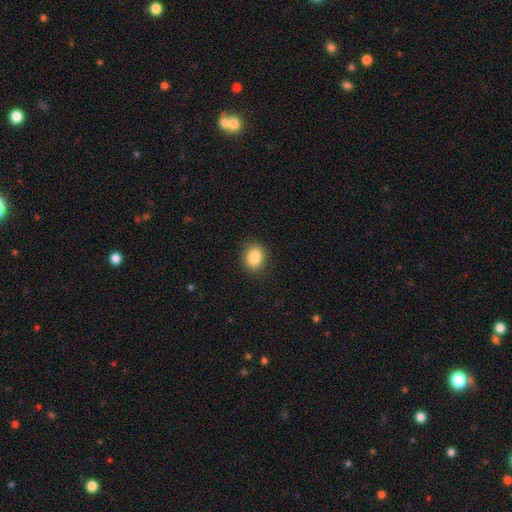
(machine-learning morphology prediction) A smooth galaxy with no disk features (86%) that is round (54%). Merging: none (89%).